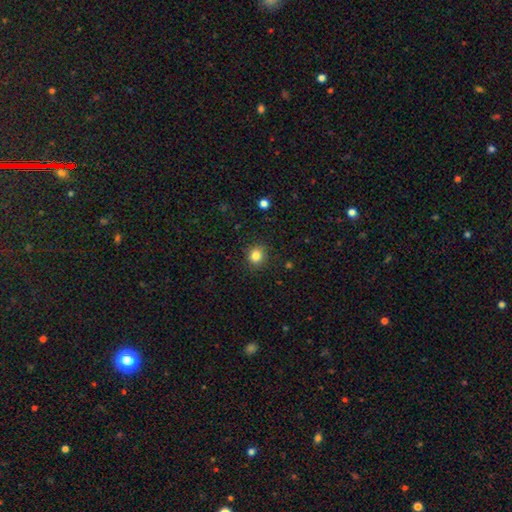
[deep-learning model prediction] smooth 84%, star or artifact 12%, featured or disk 5%. Down the decision tree: how rounded — round (84%); merging — none (90%).